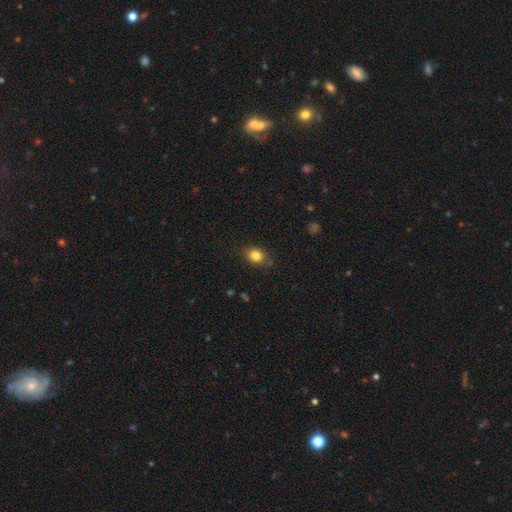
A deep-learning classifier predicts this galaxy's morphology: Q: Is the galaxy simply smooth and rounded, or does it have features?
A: smooth — 82%.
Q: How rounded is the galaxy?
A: round — 56%.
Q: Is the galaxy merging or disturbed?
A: none — 77%.